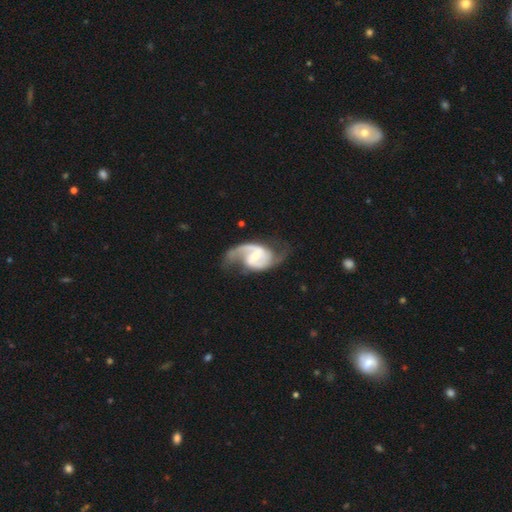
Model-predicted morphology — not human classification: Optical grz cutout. It shows a featured or disk galaxy (91%) with a weak bar (54%), 2 (89%) medium (50%) spiral arms (97%) and a moderate central bulge (46%). Merging: none (64%).